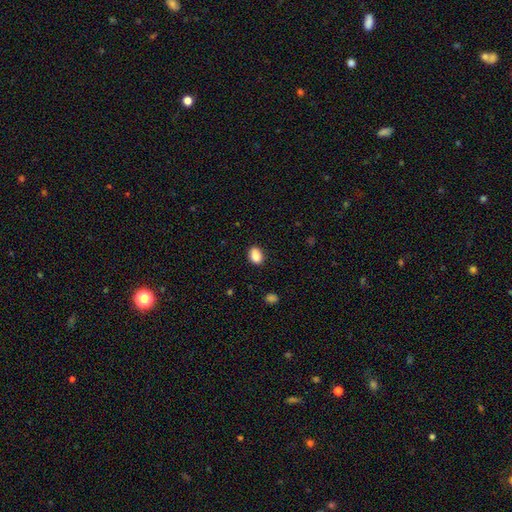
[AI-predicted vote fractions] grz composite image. It shows a smooth galaxy with no disk features (88%) that is in between round and cigar-shaped (79%). Merging: none (85%).